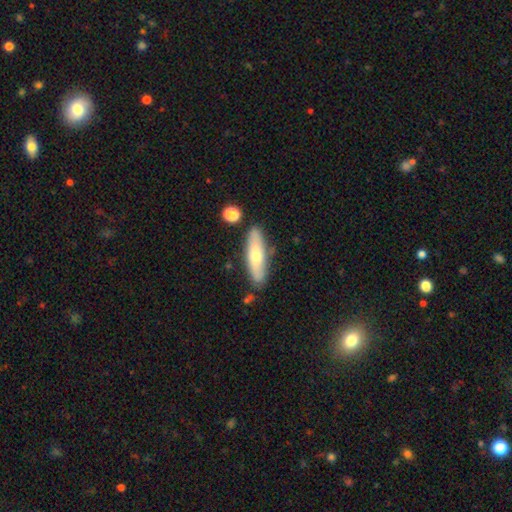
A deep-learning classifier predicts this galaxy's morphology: smooth-or-featured: smooth: 59% | featured or disk: 35% | star or artifact: 6%
  how-rounded: cigar-shaped: 61% | in between: 37% | round: 2%
  merging: none: 80% | minor disturbance: 13% | merger: 4% | major disturbance: 3%